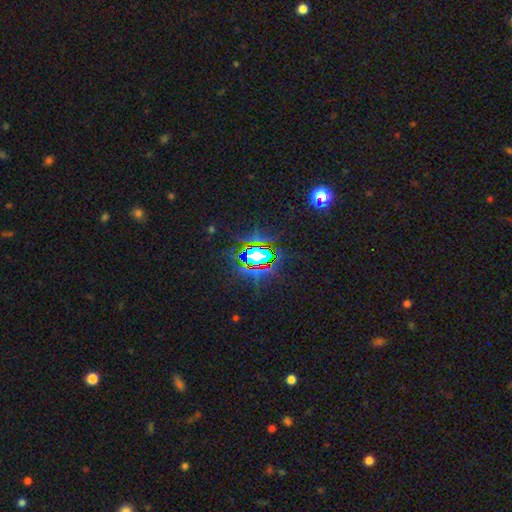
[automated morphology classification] smooth_or_featured: star or artifact (p=0.79) [alt: smooth p=0.11]